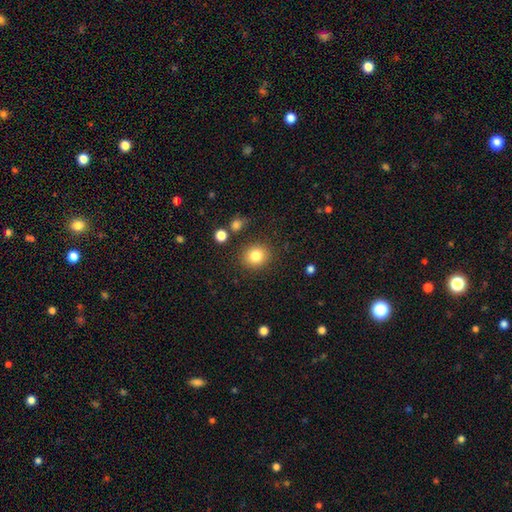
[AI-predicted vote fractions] This appears to be a smooth galaxy with no disk features (82%) that is round (82%). Merging: none (86%).